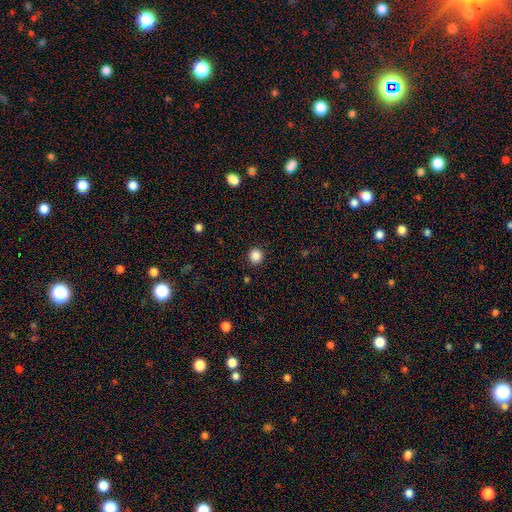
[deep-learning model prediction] smooth 87%, star or artifact 11%, featured or disk 3%. Down the decision tree: how rounded — round (93%); merging — none (92%).